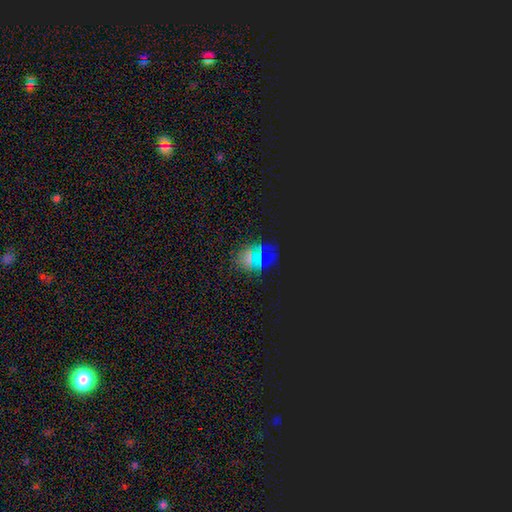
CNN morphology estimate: This is possibly a star or artifact rather than a galaxy (56%).